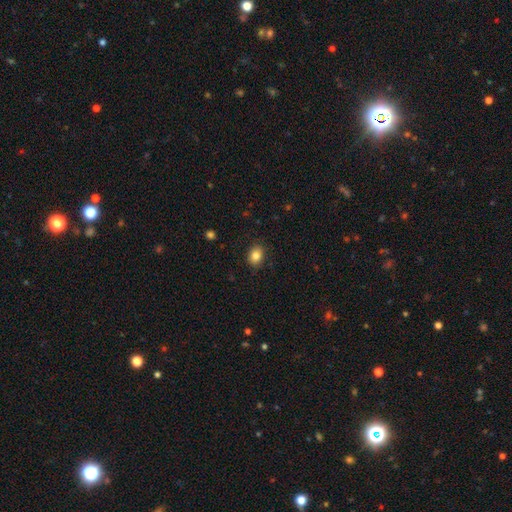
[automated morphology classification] Smooth or featured?
  - smooth: 84% *
  - star or artifact: 9%
  - featured or disk: 6%
How rounded?
  - in between: 61% *
  - round: 38%
  - cigar-shaped: 1%
Merging?
  - none: 87% *
  - minor disturbance: 10%
  - major disturbance: 2%
  - merger: 1%